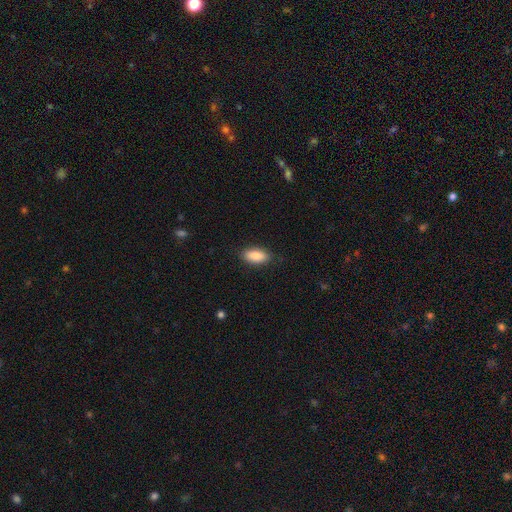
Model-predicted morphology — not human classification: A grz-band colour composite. It shows a smooth galaxy with no disk features (87%) that is in between round and cigar-shaped (89%). Merging: none (86%).